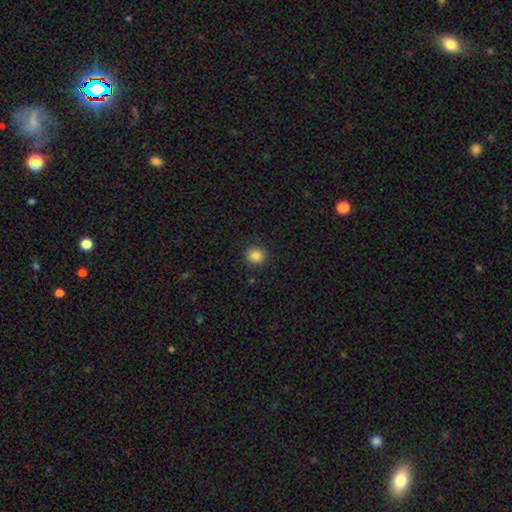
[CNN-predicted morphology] A smooth galaxy with no disk features (86%) that is round (87%). Merging: none (90%).